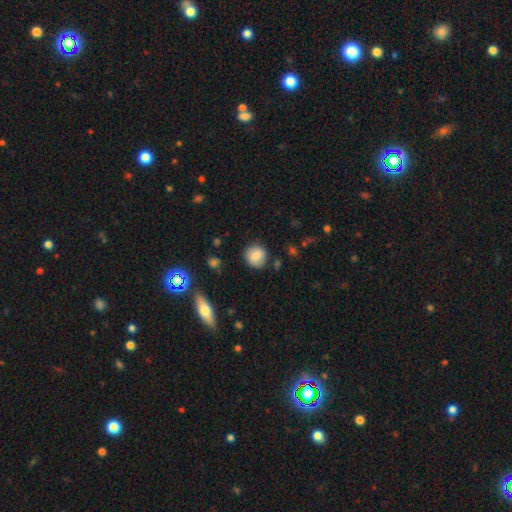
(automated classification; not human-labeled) A smooth galaxy with no disk features (83%) that is round (90%).

Vote fractions:
- Smooth or featured? smooth: 83% / star or artifact: 9% / featured or disk: 8%
- How rounded? round: 90% / in between: 9% / cigar-shaped: 1%
- Merging? none: 85% / minor disturbance: 10% / major disturbance: 3% / merger: 2%